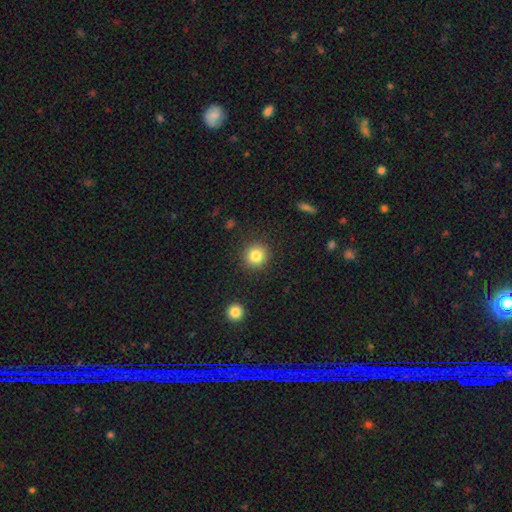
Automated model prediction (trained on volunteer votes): smooth_or_featured: smooth (p=0.83) [alt: star or artifact p=0.11]
how_rounded: round (p=0.93) [alt: in between p=0.07]
merging: none (p=0.90) [alt: minor disturbance p=0.06]